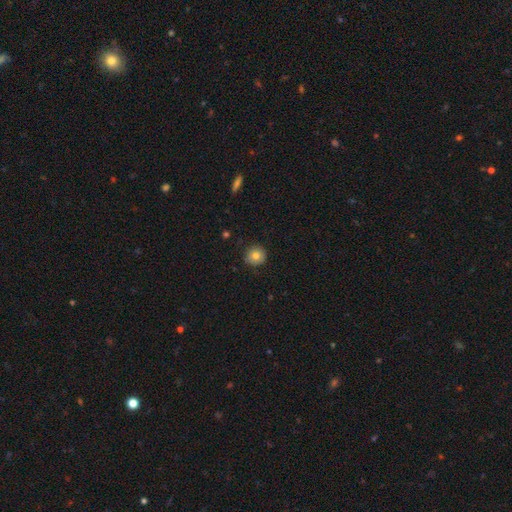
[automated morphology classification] Smooth or featured? Predicted: smooth (p=0.78). How rounded? Predicted: round (p=0.93). Merging? Predicted: none (p=0.85).